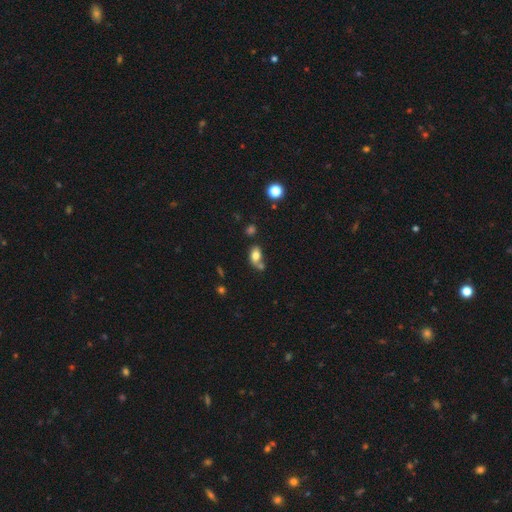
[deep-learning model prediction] Overall: smooth (78%). How rounded: in between (81%). Merging: none (45%; merger 31%).